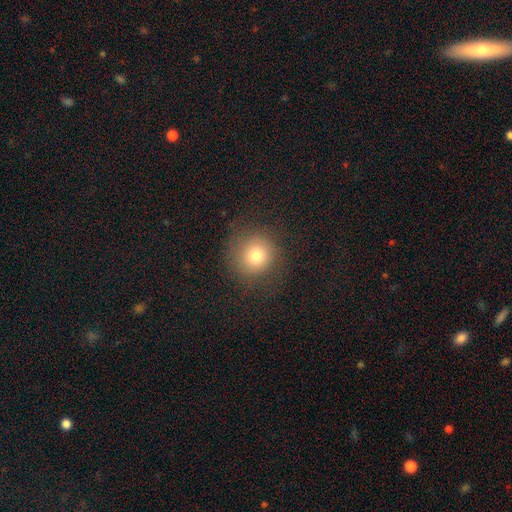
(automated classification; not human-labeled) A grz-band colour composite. It shows a smooth galaxy with no disk features (77%) that is round (91%). Merging: none (82%).